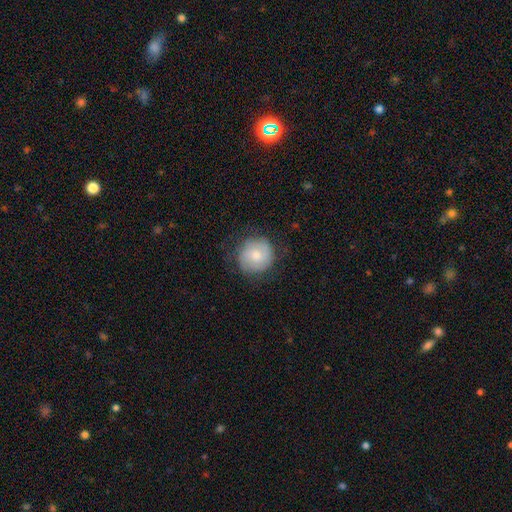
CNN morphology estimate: Q: Smooth or featured?
A: smooth (69%); runner-up: featured or disk (24%)
Q: How rounded?
A: round (91%); runner-up: in between (8%)
Q: Merging?
A: none (74%); runner-up: minor disturbance (19%)